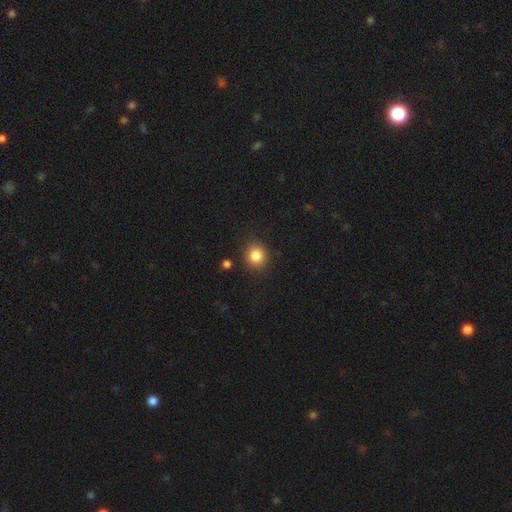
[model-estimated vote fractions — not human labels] smooth-or-featured: smooth: 84% | star or artifact: 11% | featured or disk: 5%
  how-rounded: round: 85% | in between: 14% | cigar-shaped: 1%
  merging: none: 86% | minor disturbance: 9% | major disturbance: 3% | merger: 2%